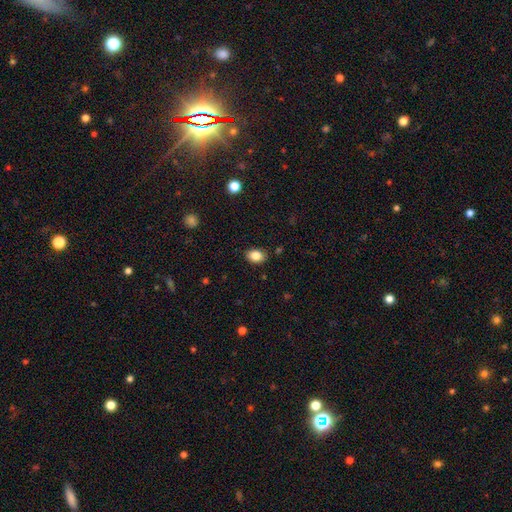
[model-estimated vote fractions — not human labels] This is clearly a smooth galaxy (84%). How rounded: likely in between (75%). Merging: clearly none (87%).